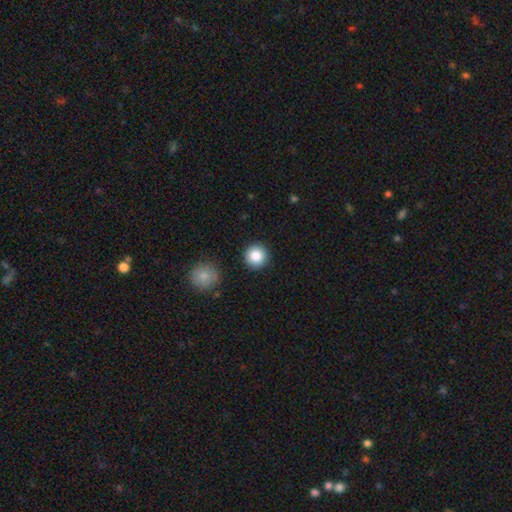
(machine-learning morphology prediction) Smooth or featured: smooth — 85% (star or artifact — 9%)
How rounded: round — 96% (in between — 3%)
Merging: none — 90% (minor disturbance — 6%)